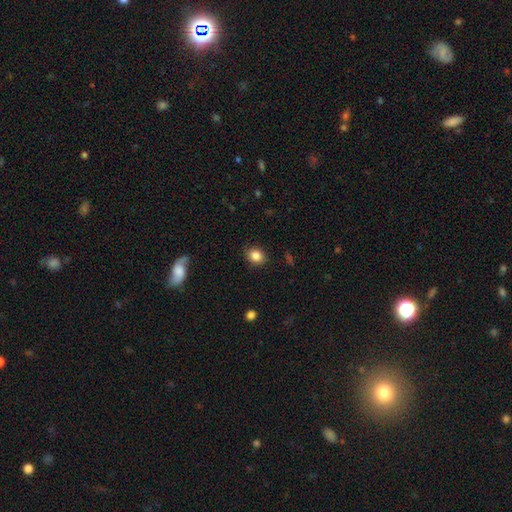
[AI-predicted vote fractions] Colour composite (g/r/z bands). It shows a smooth galaxy with no disk features (86%) that is in between round and cigar-shaped (52%). Merging: none (87%).